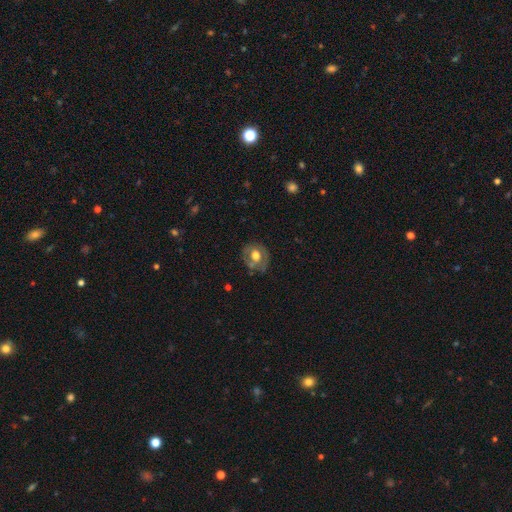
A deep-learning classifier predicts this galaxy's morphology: A smooth galaxy with no disk features (49%). Merging: none (69%).